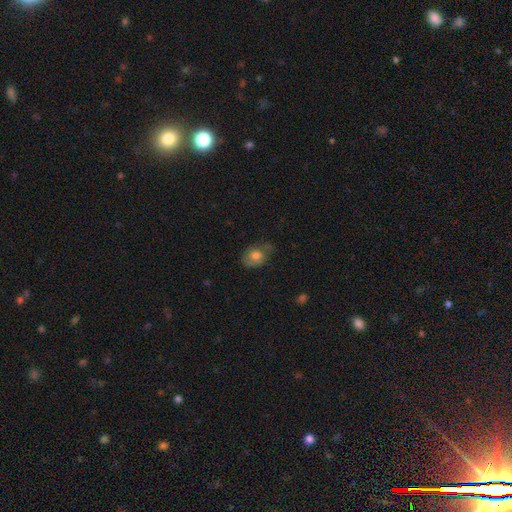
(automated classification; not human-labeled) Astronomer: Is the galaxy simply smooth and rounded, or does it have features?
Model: smooth — 69%.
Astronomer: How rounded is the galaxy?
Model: in between — 63%.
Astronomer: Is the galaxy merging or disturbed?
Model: none — 56% (runner-up: minor disturbance, 31%).